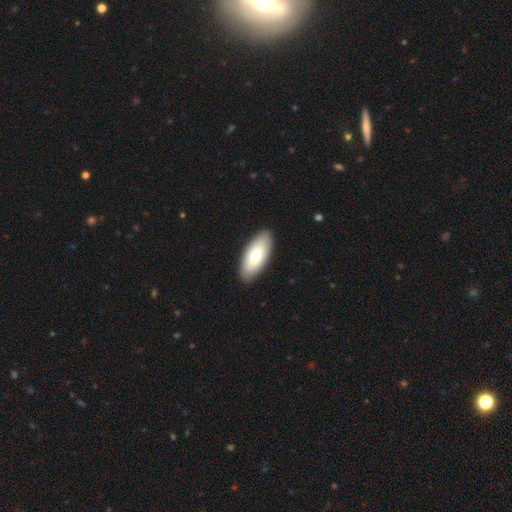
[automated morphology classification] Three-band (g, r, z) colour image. It shows a smooth galaxy with no disk features (69%) that is in between round and cigar-shaped (87%). Merging: none (90%).